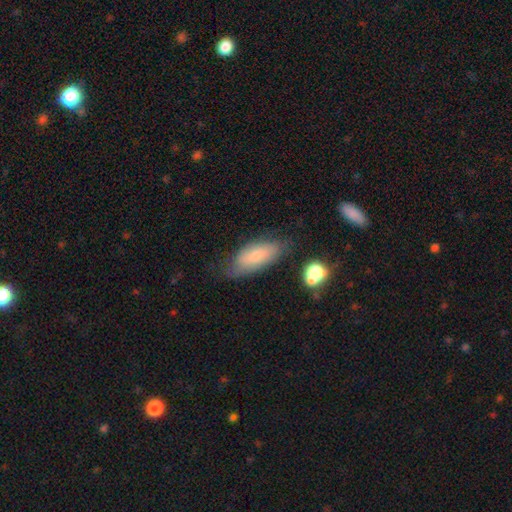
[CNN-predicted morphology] type=smooth (70%); roundness=in between (83%); merging=none (62%).